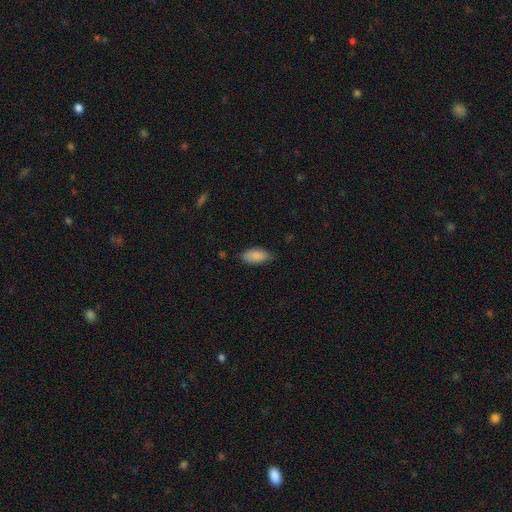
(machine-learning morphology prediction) The model was most divided on "merging": none: 75%, minor disturbance: 21%, major disturbance: 3%, merger: 1%. More confident: how rounded — in between (89%); smooth or featured — smooth (88%).